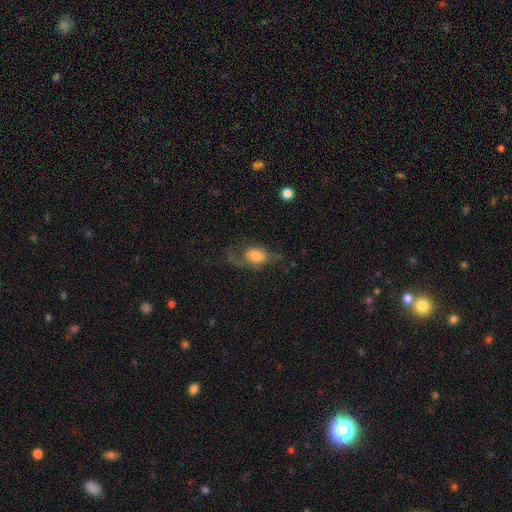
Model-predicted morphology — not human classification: Smooth or featured: smooth — 52% (featured or disk — 40%)
How rounded: in between — 71% (round — 26%)
Merging: major disturbance — 39% (none — 37%)